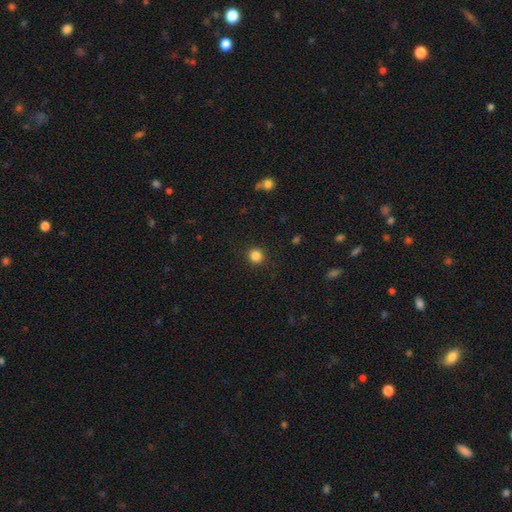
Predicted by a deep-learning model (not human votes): smooth_or_featured: smooth (p=0.85) [alt: star or artifact p=0.11]
how_rounded: round (p=0.93) [alt: in between p=0.06]
merging: none (p=0.92) [alt: minor disturbance p=0.05]